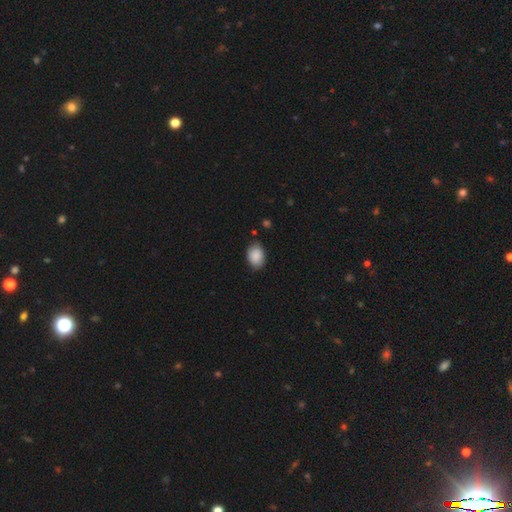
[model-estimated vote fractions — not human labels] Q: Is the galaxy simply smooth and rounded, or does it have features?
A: smooth — 89%.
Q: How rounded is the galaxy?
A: in between — 78%.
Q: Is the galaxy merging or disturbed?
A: none — 79%.